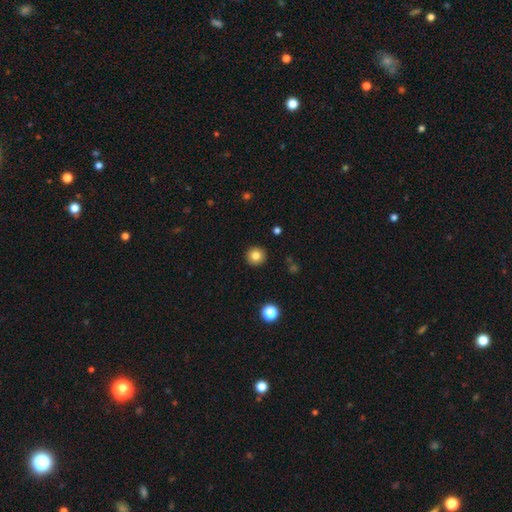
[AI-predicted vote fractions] Morphology: type=smooth (82%); roundness=round (95%); merging=none (93%).